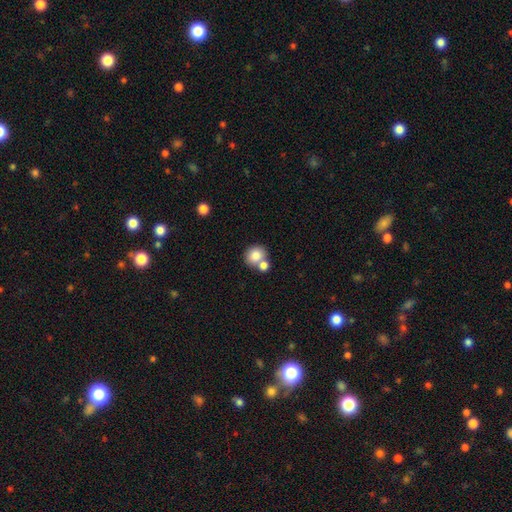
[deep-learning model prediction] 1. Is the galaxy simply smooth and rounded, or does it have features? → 81% smooth, 10% featured or disk, 9% star or artifact.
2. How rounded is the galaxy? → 82% round, 17% in between, 1% cigar-shaped.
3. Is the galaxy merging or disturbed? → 48% none, 40% merger, 8% minor disturbance, 3% major disturbance.